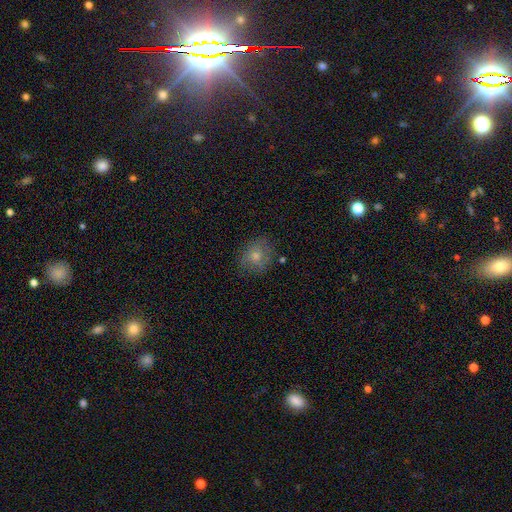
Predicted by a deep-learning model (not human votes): A smooth galaxy with no disk features (64%) that is round (75%). Merging: none (79%).